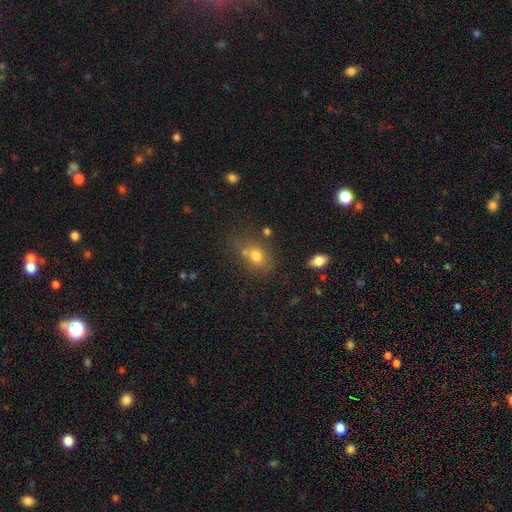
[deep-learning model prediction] Smooth or featured? smooth (73%)
How rounded? in between (59%)
Merging? none (56%)